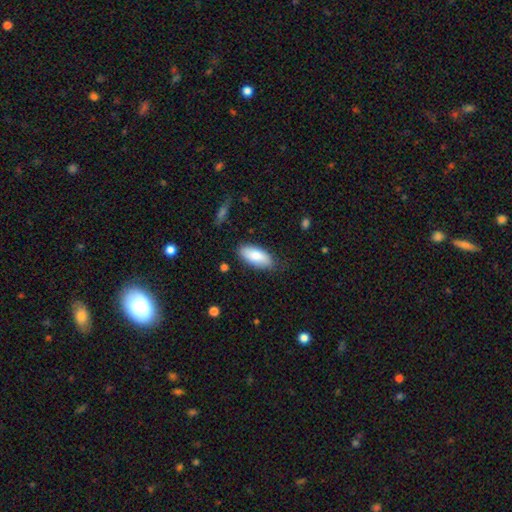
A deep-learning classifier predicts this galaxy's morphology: Q: Smooth or featured?
A: smooth (83%); runner-up: featured or disk (11%)
Q: How rounded?
A: in between (87%); runner-up: cigar-shaped (11%)
Q: Merging?
A: none (79%); runner-up: minor disturbance (16%)